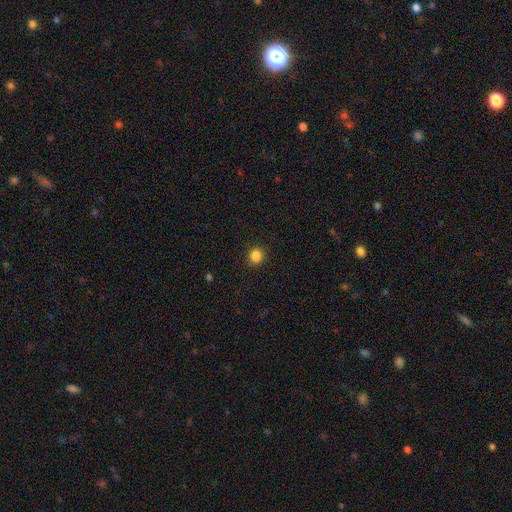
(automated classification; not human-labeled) A smooth galaxy with no disk features (85%) that is round (91%).

Vote fractions:
- Smooth or featured? smooth: 85% / star or artifact: 11% / featured or disk: 3%
- How rounded? round: 91% / in between: 8% / cigar-shaped: 1%
- Merging? none: 92% / minor disturbance: 5% / major disturbance: 2% / merger: 1%